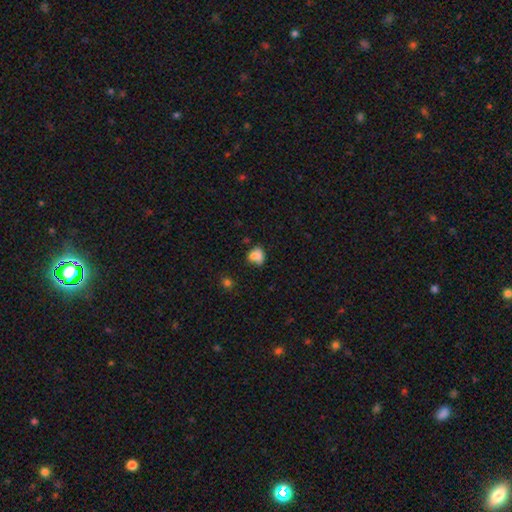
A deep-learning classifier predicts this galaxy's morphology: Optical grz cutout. It shows a smooth galaxy with no disk features (78%) that is in between round and cigar-shaped (50%). Merging: none (42%).